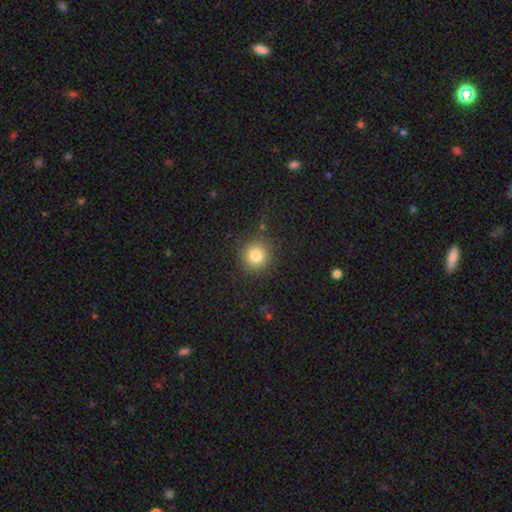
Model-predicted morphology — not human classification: smooth 81%, star or artifact 12%, featured or disk 7%. Down the decision tree: how rounded — round (93%); merging — none (87%).